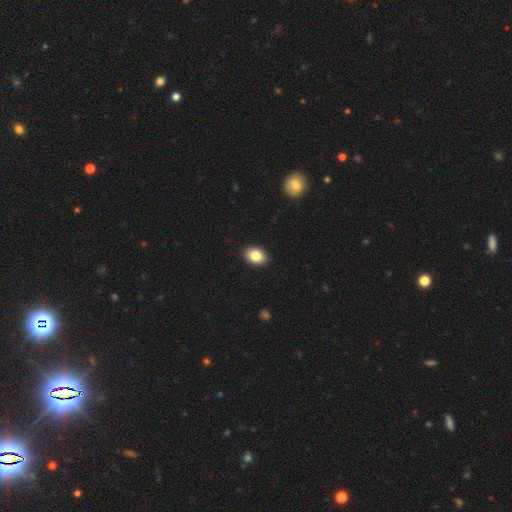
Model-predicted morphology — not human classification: This is clearly a smooth galaxy (85%). How rounded: likely in between (75%). Merging: clearly none (91%).